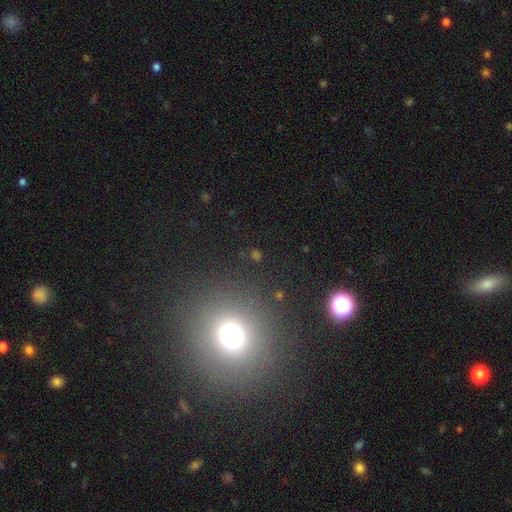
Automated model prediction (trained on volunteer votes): Q: Smooth or featured?
A: smooth (47%); runner-up: star or artifact (43%)
Q: Merging?
A: none (82%); runner-up: minor disturbance (8%)